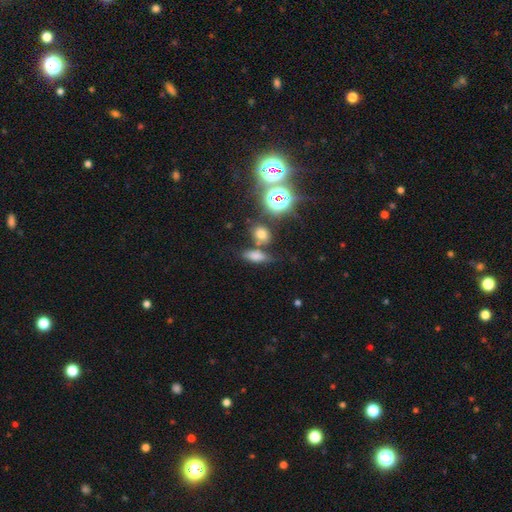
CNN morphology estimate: Smooth or featured? smooth (67%)
How rounded? in between (66%)
Merging? none (61%)